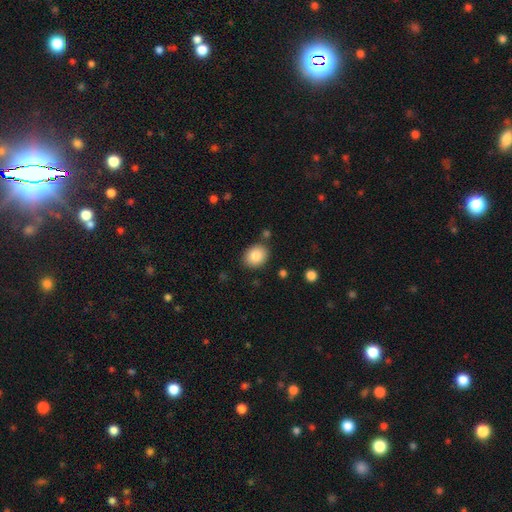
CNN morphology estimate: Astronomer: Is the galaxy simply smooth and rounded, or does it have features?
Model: smooth — 87%.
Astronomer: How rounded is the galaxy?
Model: in between — 53% (runner-up: round, 47%).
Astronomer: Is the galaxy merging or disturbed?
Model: none — 83%.